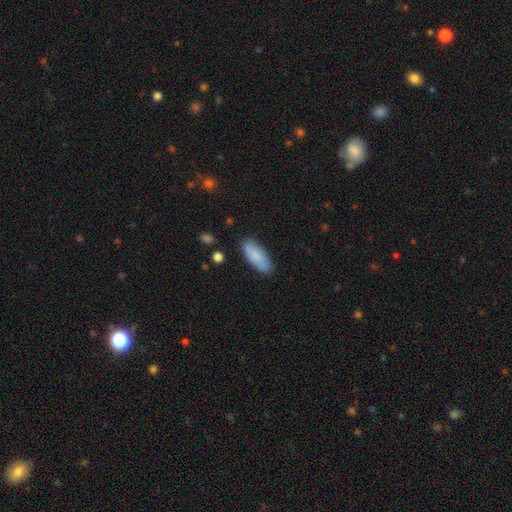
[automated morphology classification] smooth 80%, featured or disk 14%, star or artifact 6%. Down the decision tree: how rounded — in between (77%); merging — none (82%).